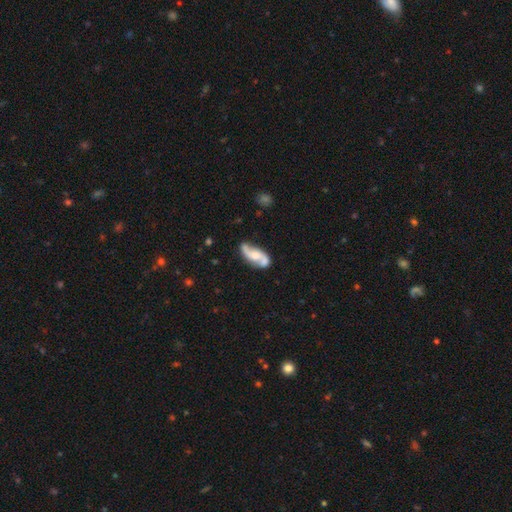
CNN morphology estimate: A featured or disk galaxy (72%) with no bar (56%), 2 (90%) loose (62%) spiral arms (92%) and a moderate central bulge (38%). Merging: none (61%).